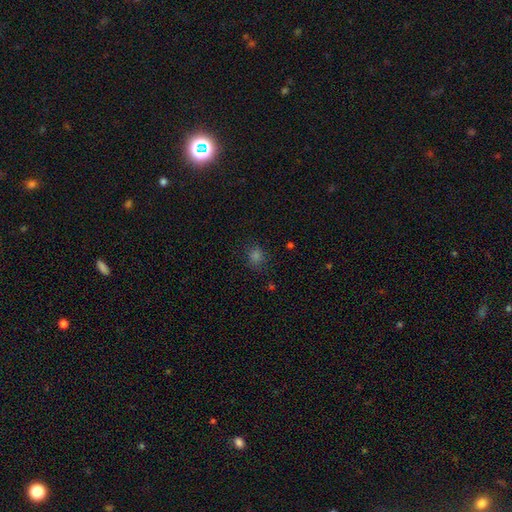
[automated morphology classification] The model was most divided on "smooth or featured": smooth: 67%, star or artifact: 27%, featured or disk: 6%. More confident: merging — none (84%); how rounded — round (78%).